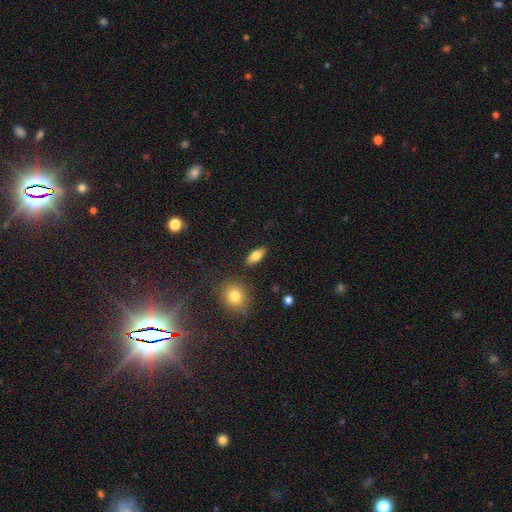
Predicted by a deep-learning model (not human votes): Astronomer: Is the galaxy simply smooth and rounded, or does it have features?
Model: smooth — 73%.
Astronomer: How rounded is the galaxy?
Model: in between — 78%.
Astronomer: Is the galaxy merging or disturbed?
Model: none — 87%.